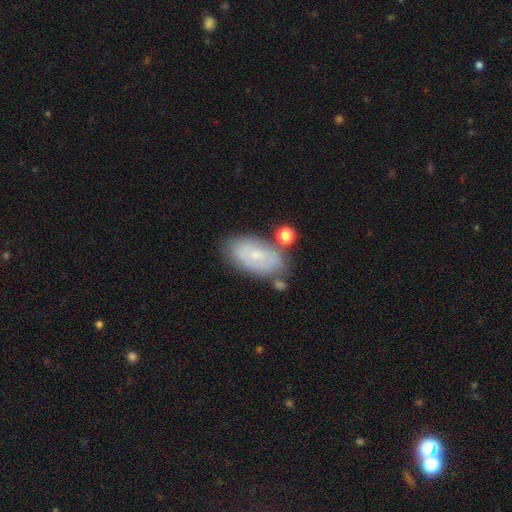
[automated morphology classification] Smooth or featured? Predicted: smooth (p=0.51). How rounded? Predicted: in between (p=0.92). Merging? Predicted: none (p=0.64).